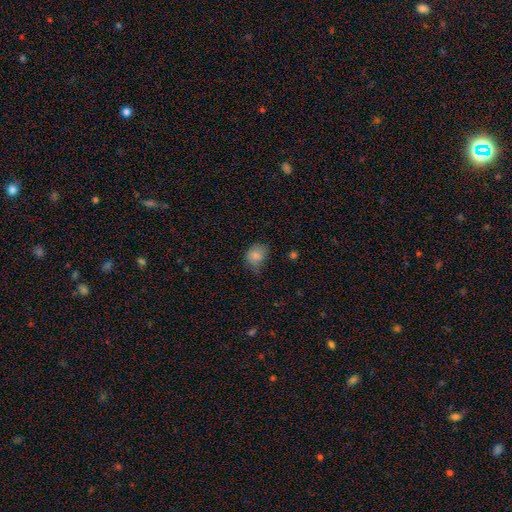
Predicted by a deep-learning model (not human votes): Q: Smooth or featured?
A: smooth (81%); runner-up: star or artifact (10%)
Q: How rounded?
A: in between (50%); runner-up: round (49%)
Q: Merging?
A: none (50%); runner-up: minor disturbance (36%)